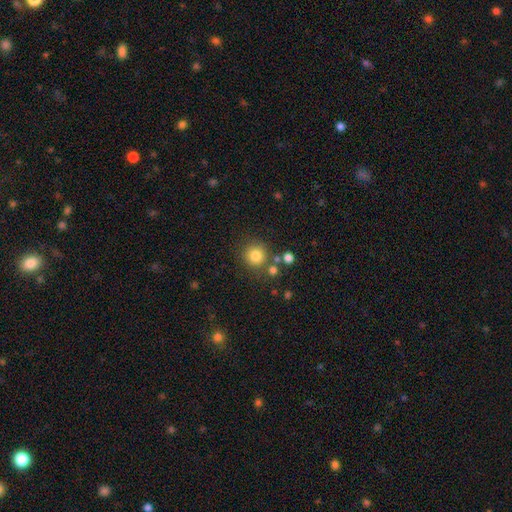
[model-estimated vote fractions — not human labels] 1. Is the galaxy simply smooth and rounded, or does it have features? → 81% smooth, 12% star or artifact, 7% featured or disk.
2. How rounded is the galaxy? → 93% round, 6% in between, 1% cigar-shaped.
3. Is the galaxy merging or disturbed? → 80% none, 9% minor disturbance, 8% merger, 4% major disturbance.